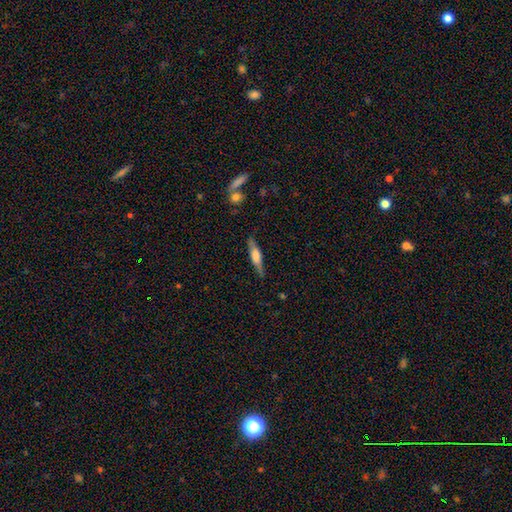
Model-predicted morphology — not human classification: Smooth or featured?
  - smooth: 49% *
  - featured or disk: 45%
  - star or artifact: 6%
Merging?
  - none: 80% *
  - minor disturbance: 15%
  - major disturbance: 3%
  - merger: 2%